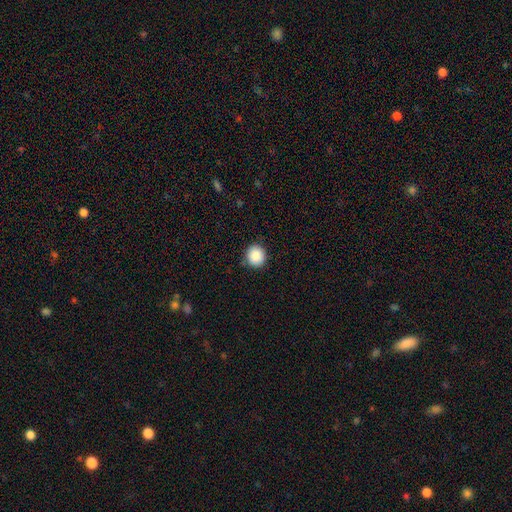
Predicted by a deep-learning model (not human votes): Morphology: type=smooth (89%); roundness=round (87%); merging=none (87%).